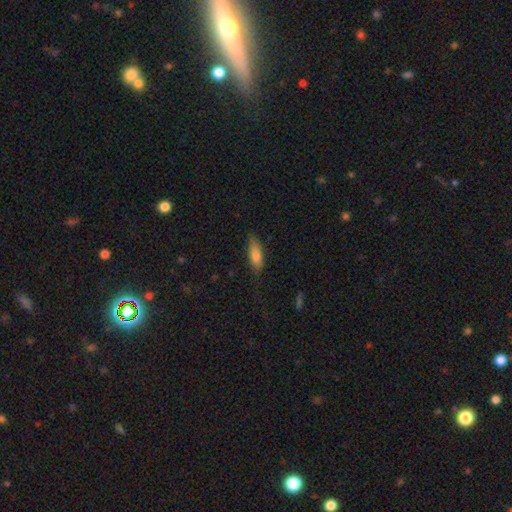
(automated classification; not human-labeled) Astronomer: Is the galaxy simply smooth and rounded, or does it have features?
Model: smooth — 79%.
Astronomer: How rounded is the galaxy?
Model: in between — 62%.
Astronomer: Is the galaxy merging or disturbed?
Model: none — 70%.